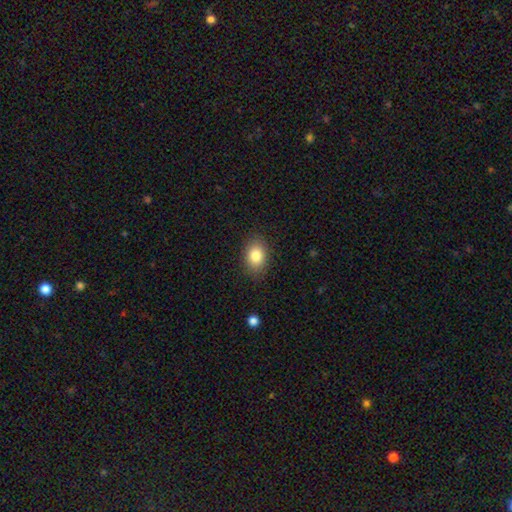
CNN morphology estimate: type=smooth (84%); roundness=in between (79%); merging=none (85%).